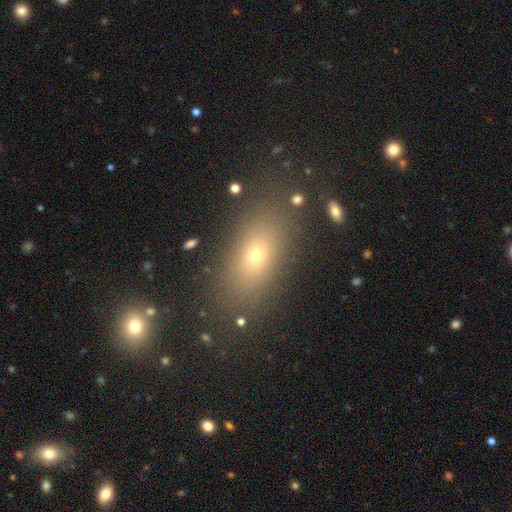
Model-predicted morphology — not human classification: smooth_or_featured: smooth (p=0.68) [alt: star or artifact p=0.17]
how_rounded: in between (p=0.78) [alt: round p=0.14]
merging: none (p=0.83) [alt: minor disturbance p=0.10]